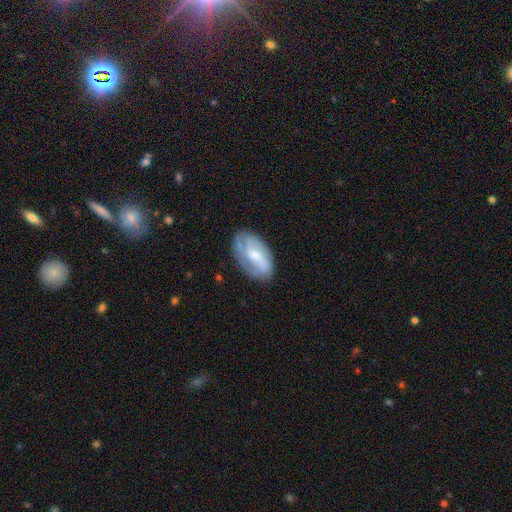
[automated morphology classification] smooth_or_featured: featured or disk (p=0.64) [alt: smooth p=0.30]
disk_edge_on: no (p=0.95) [alt: yes p=0.05]
bar: weak (p=0.44) [alt: no p=0.37]
has_spiral_arms: yes (p=0.83) [alt: no p=0.17]
spiral_winding: medium (p=0.41) [alt: tight p=0.34]
spiral_arm_count: 2 (p=0.50) [alt: can't tell p=0.26]
bulge_size: moderate (p=0.46) [alt: small p=0.42]
merging: none (p=0.69) [alt: minor disturbance p=0.21]